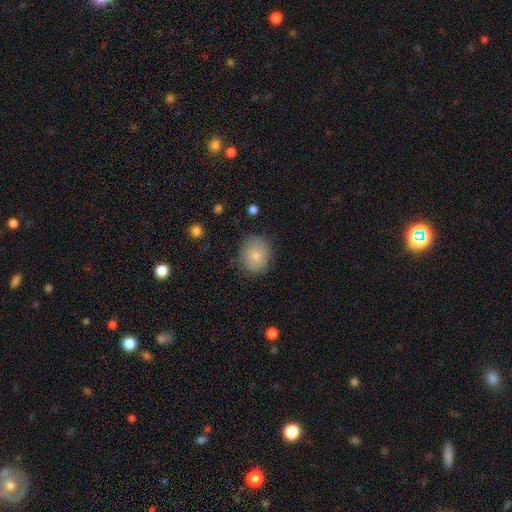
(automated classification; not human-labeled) Smooth or featured? smooth (79%)
How rounded? round (68%)
Merging? none (78%)